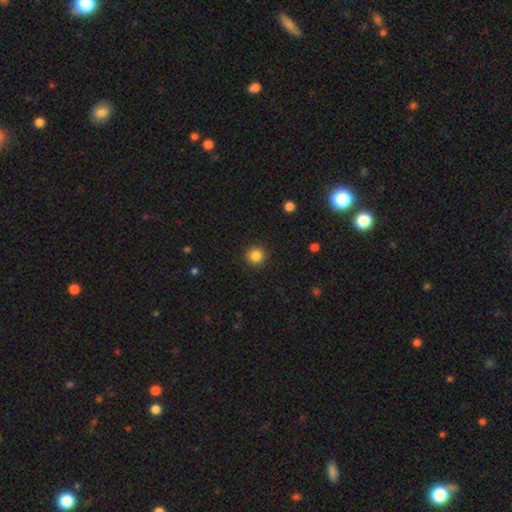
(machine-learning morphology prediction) Overall: smooth (85%). How rounded: round (95%). Merging: none (92%).